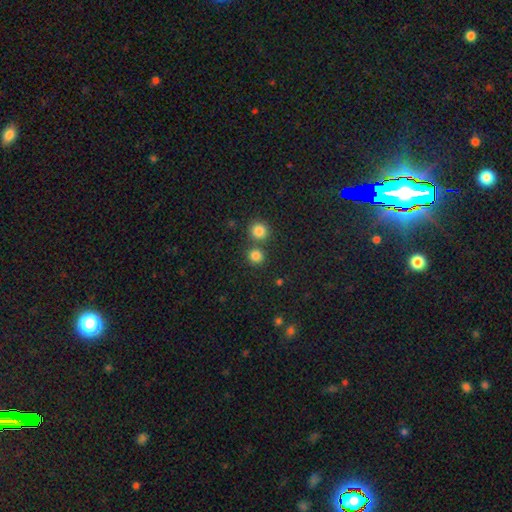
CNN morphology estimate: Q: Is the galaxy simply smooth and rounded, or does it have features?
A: smooth — 82%.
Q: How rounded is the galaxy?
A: round — 90%.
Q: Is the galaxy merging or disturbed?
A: none — 70%.